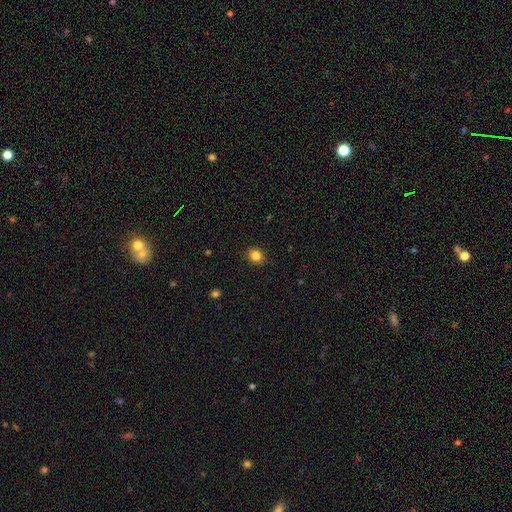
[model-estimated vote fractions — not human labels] Smooth or featured? smooth (84%)
How rounded? round (62%)
Merging? none (90%)